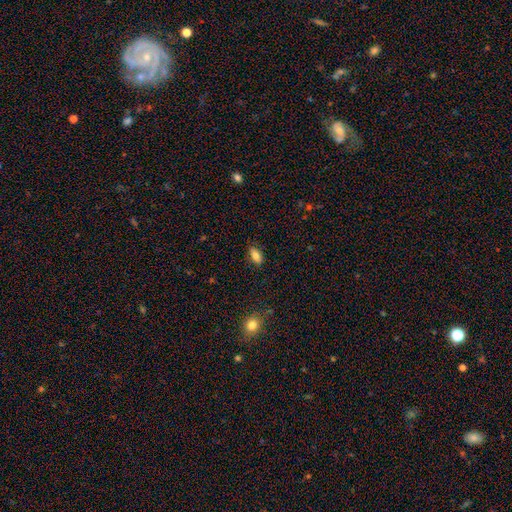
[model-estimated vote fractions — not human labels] A smooth galaxy with no disk features (82%) that is in between round and cigar-shaped (88%).

Vote fractions:
- Smooth or featured? smooth: 82% / featured or disk: 10% / star or artifact: 9%
- How rounded? in between: 88% / cigar-shaped: 7% / round: 5%
- Merging? none: 86% / minor disturbance: 10% / major disturbance: 2% / merger: 1%